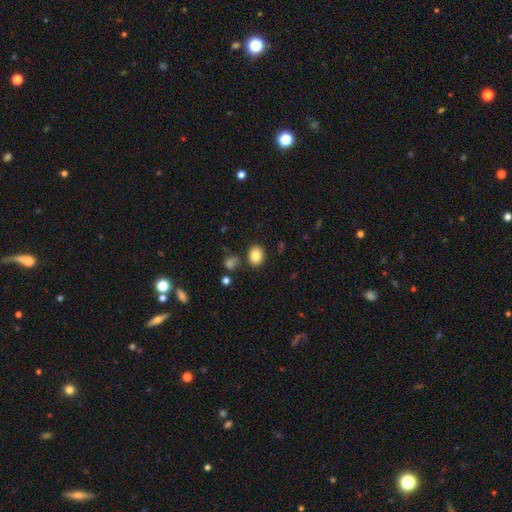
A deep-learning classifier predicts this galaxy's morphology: Q: Smooth or featured?
A: smooth (83%); runner-up: star or artifact (9%)
Q: How rounded?
A: round (50%); runner-up: in between (49%)
Q: Merging?
A: none (85%); runner-up: minor disturbance (9%)